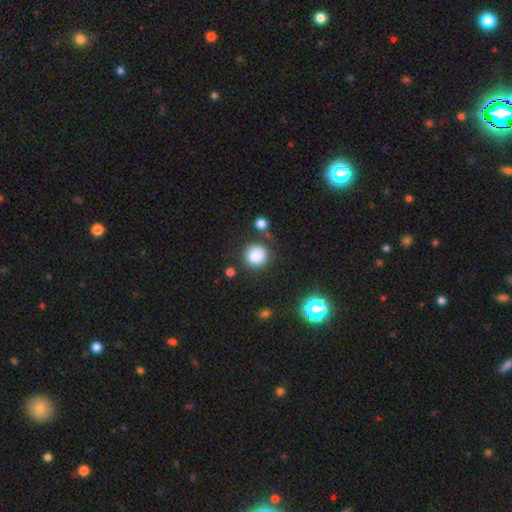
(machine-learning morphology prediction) Smooth or featured: smooth — 83% (star or artifact — 11%)
How rounded: round — 93% (in between — 6%)
Merging: none — 74% (minor disturbance — 13%)